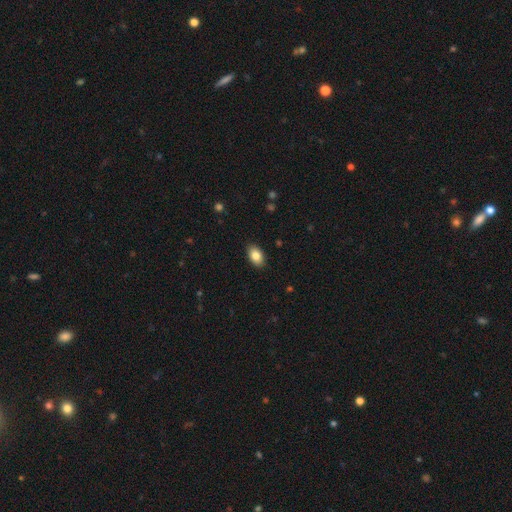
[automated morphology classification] smooth_or_featured: smooth (p=0.85) [alt: featured or disk p=0.08]
how_rounded: in between (p=0.91) [alt: round p=0.08]
merging: none (p=0.88) [alt: minor disturbance p=0.09]